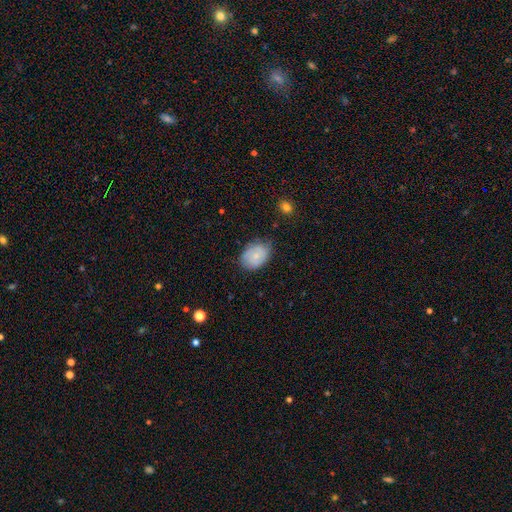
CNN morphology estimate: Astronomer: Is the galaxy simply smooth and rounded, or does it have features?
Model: smooth — 62%.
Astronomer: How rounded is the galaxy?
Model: in between — 73%.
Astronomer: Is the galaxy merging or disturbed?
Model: none — 66%.